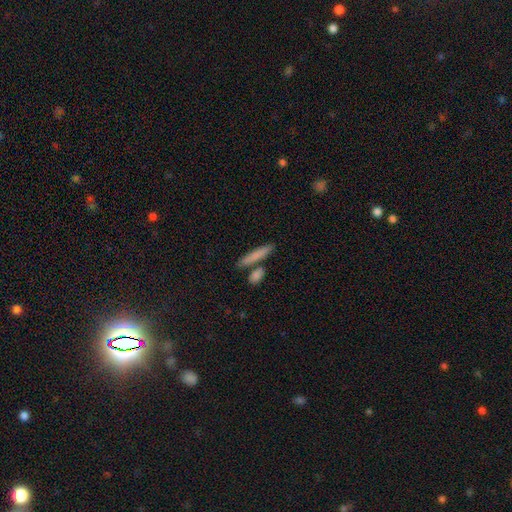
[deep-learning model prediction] smooth_or_featured: smooth (p=0.76) [alt: featured or disk p=0.17]
how_rounded: cigar-shaped (p=0.86) [alt: in between p=0.11]
merging: none (p=0.73) [alt: merger p=0.15]